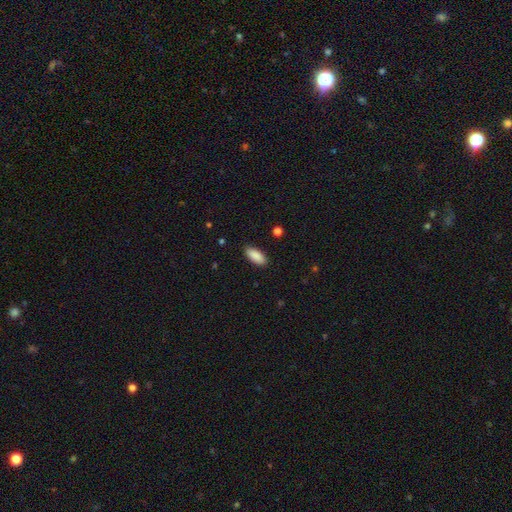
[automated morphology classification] smooth 90%, star or artifact 6%, featured or disk 4%. Down the decision tree: how rounded — in between (86%); merging — none (88%).